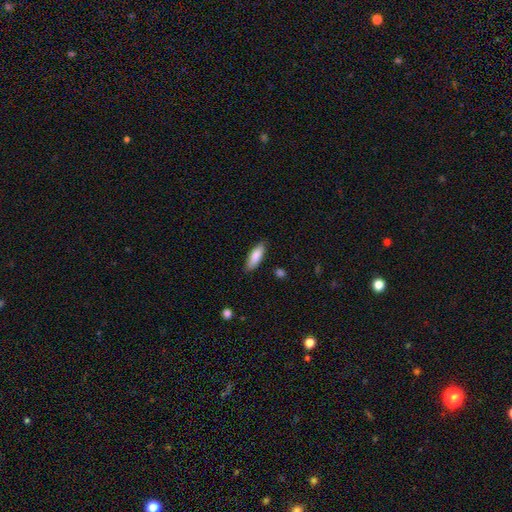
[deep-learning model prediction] The model was most divided on "how rounded": in between: 62%, cigar-shaped: 36%, round: 2%. More confident: smooth or featured — smooth (85%); merging — none (83%).